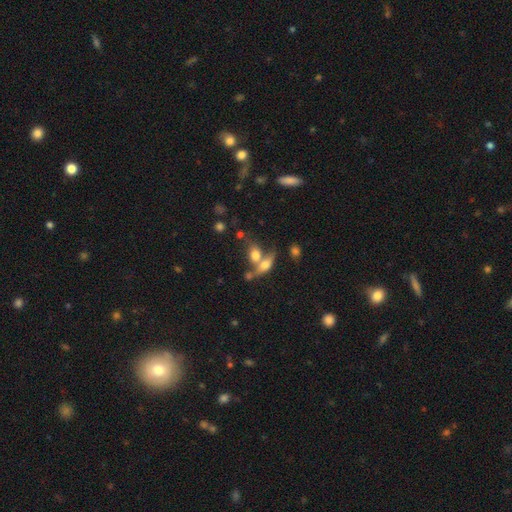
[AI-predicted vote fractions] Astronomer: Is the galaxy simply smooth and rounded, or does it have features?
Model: smooth — 66%.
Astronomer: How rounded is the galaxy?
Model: in between — 64%.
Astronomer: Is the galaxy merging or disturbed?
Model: merger — 51% (runner-up: none, 34%).